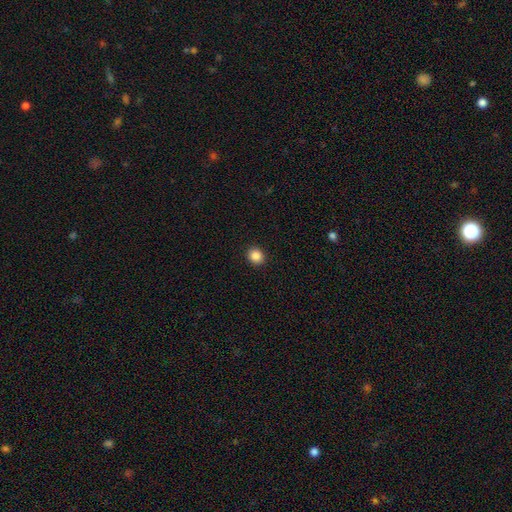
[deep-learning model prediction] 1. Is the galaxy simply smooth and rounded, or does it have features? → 86% smooth, 10% star or artifact, 4% featured or disk.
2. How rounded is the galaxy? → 79% round, 20% in between, 1% cigar-shaped.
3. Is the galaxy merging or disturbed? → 92% none, 5% minor disturbance, 2% major disturbance, 1% merger.